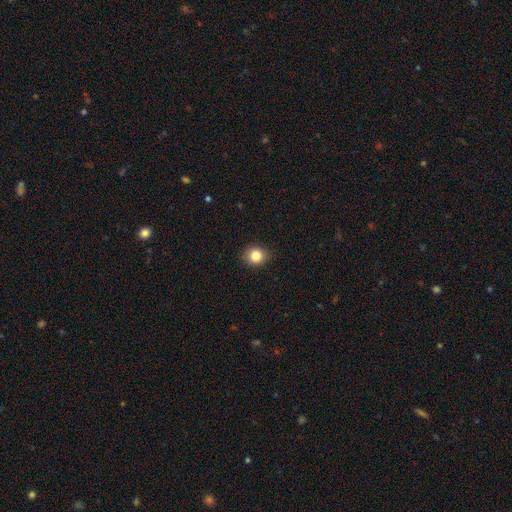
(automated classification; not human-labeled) This appears to be a smooth galaxy with no disk features (84%) that is round (81%). Merging: none (88%).